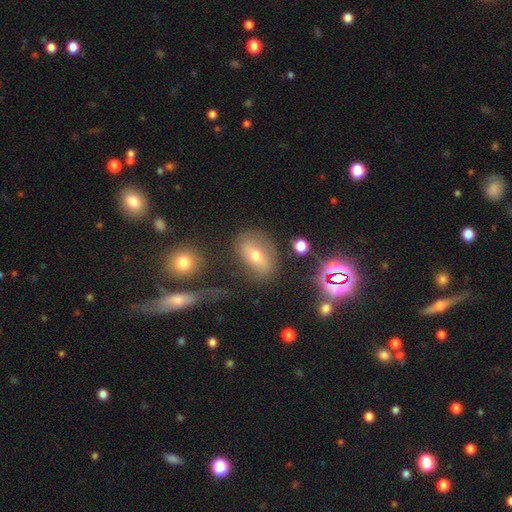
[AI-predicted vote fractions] Q: Smooth or featured?
A: smooth (45%); runner-up: featured or disk (41%)
Q: Merging?
A: none (70%); runner-up: minor disturbance (16%)